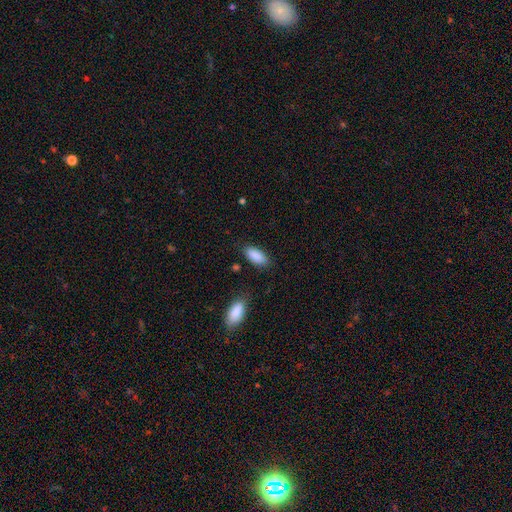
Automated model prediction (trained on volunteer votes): smooth_or_featured: smooth (p=0.89) [alt: star or artifact p=0.06]
how_rounded: in between (p=0.87) [alt: cigar-shaped p=0.11]
merging: none (p=0.80) [alt: minor disturbance p=0.13]